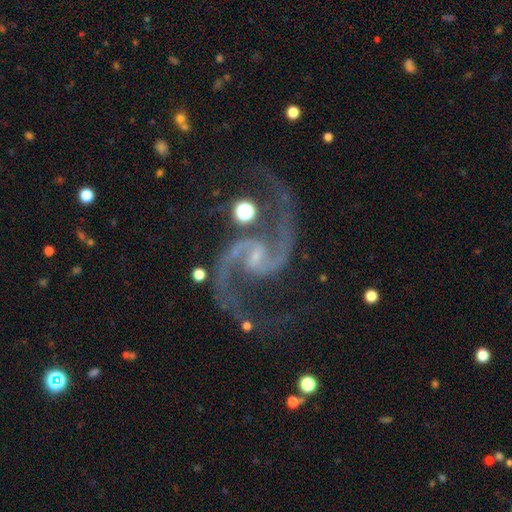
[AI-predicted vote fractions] A featured or disk galaxy (94%) with a weak bar (50%), 2 (95%) medium (49%) spiral arms (99%) and a small central bulge (65%). Merging: none (70%).